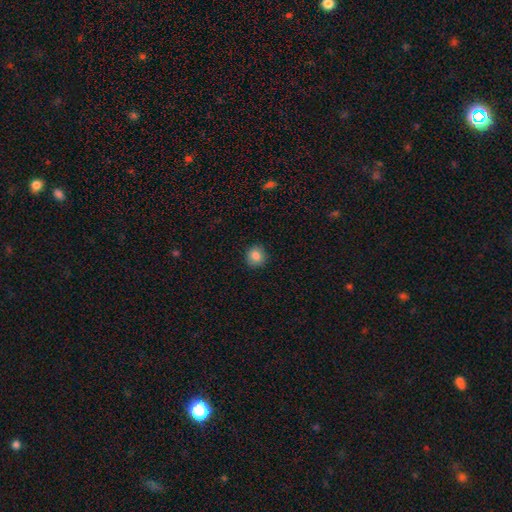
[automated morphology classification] type=smooth (85%); roundness=round (88%); merging=none (90%).